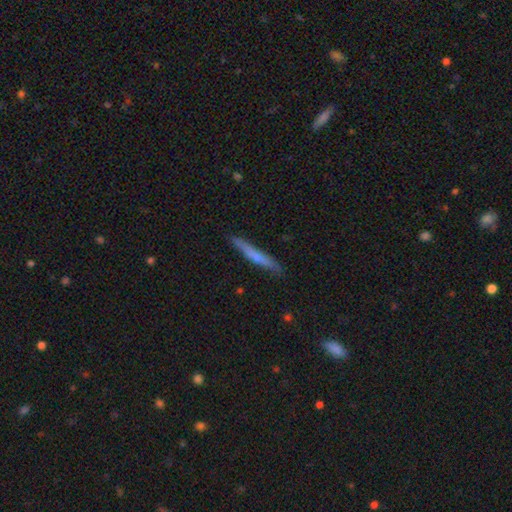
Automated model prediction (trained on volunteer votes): Smooth or featured?
  - smooth: 54% *
  - featured or disk: 40%
  - star or artifact: 6%
How rounded?
  - cigar-shaped: 95% *
  - in between: 3%
  - round: 1%
Merging?
  - none: 86% *
  - minor disturbance: 11%
  - major disturbance: 2%
  - merger: 1%